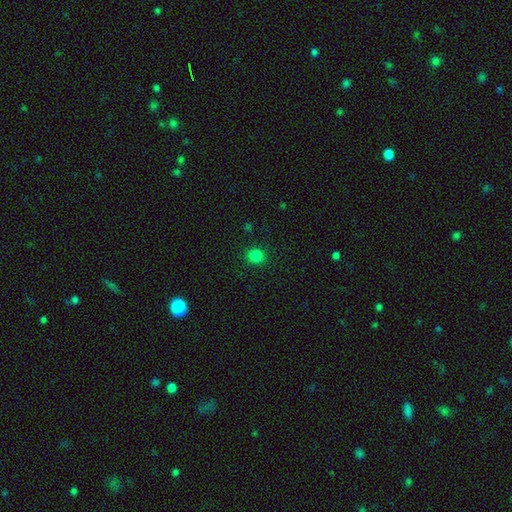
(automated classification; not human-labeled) smooth-or-featured: smooth: 83% | star or artifact: 14% | featured or disk: 3%
  how-rounded: round: 88% | in between: 11% | cigar-shaped: 1%
  merging: none: 91% | minor disturbance: 6% | major disturbance: 2% | merger: 1%